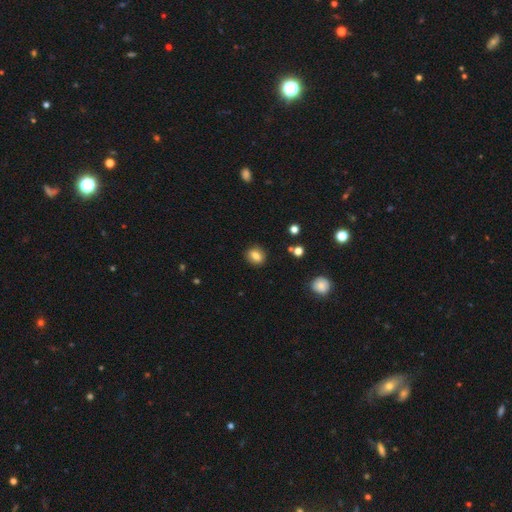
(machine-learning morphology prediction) This appears to be a smooth galaxy with no disk features (82%) that is round (51%). Merging: none (88%).